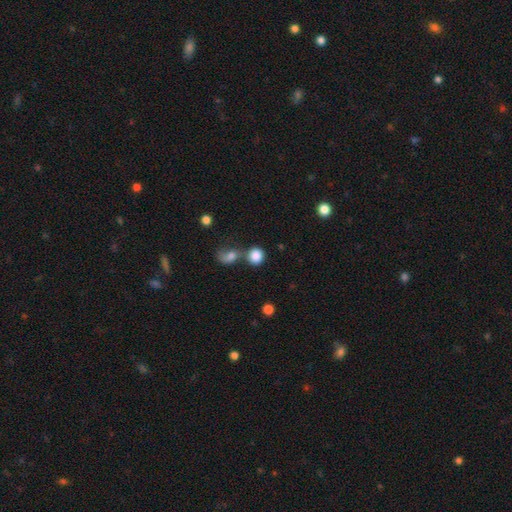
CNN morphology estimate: This appears to be a smooth galaxy with no disk features (85%) that is round (81%). Merging: none (49%).